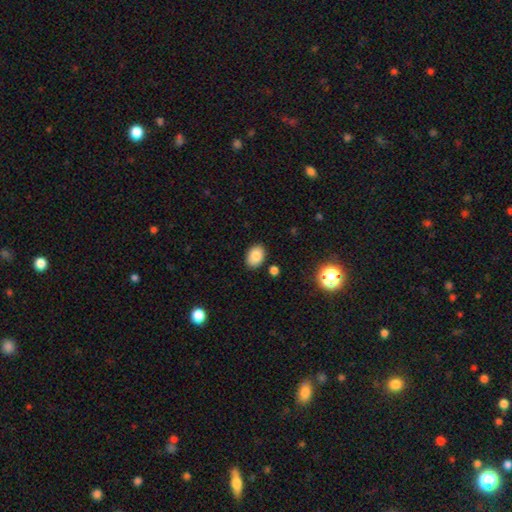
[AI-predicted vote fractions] Q: Smooth or featured?
A: smooth (84%); runner-up: star or artifact (9%)
Q: How rounded?
A: in between (78%); runner-up: round (21%)
Q: Merging?
A: none (85%); runner-up: minor disturbance (10%)